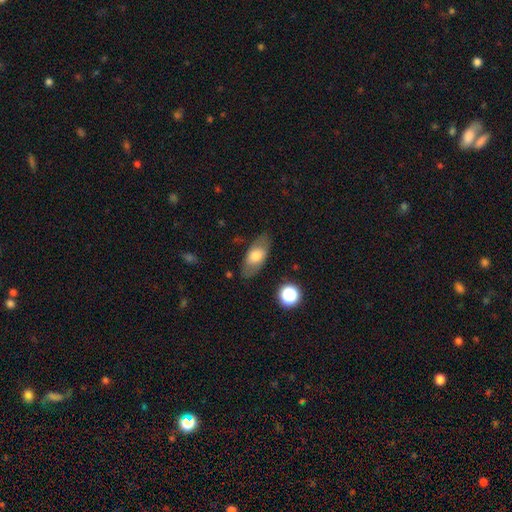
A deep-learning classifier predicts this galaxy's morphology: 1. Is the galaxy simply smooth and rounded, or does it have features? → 65% smooth, 28% featured or disk, 7% star or artifact.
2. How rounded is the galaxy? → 87% in between, 7% cigar-shaped, 5% round.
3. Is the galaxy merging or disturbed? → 79% none, 14% minor disturbance, 5% major disturbance, 2% merger.